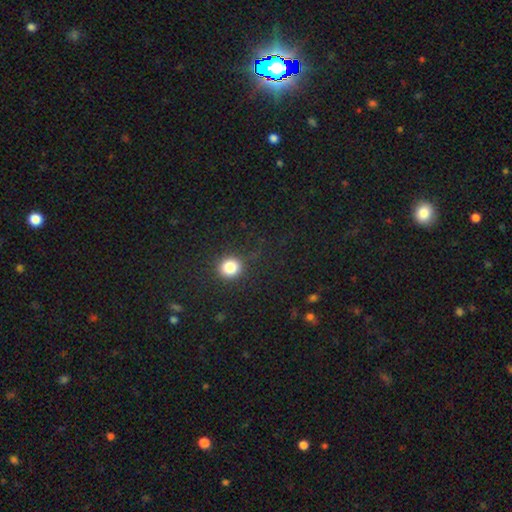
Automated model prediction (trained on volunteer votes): Smooth or featured? Predicted: star or artifact (p=0.55).